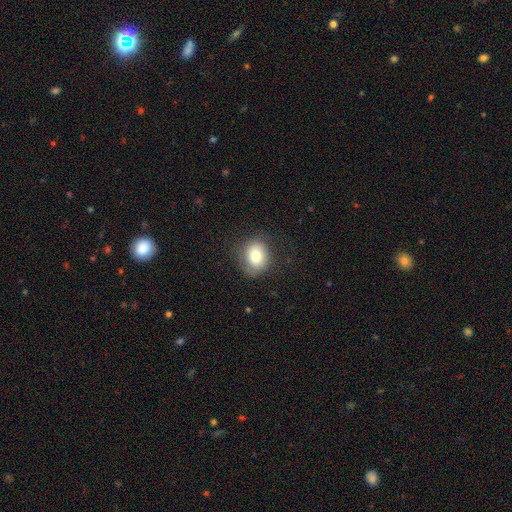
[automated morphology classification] Smooth or featured? Predicted: smooth (p=0.78). How rounded? Predicted: round (p=0.53). Merging? Predicted: none (p=0.75).